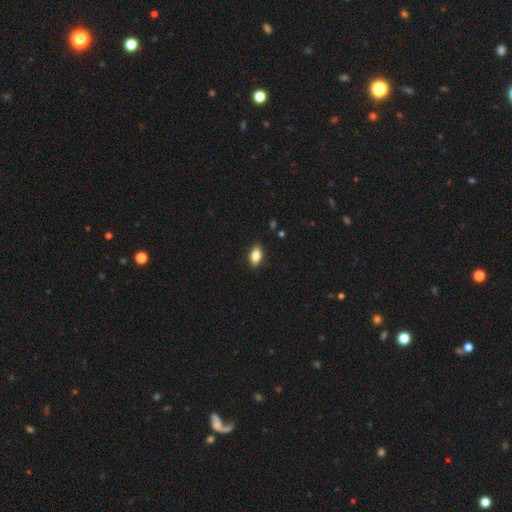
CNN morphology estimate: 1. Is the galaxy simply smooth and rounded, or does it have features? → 79% smooth, 13% featured or disk, 8% star or artifact.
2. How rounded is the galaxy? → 87% in between, 7% cigar-shaped, 6% round.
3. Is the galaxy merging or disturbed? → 87% none, 10% minor disturbance, 2% major disturbance, 1% merger.